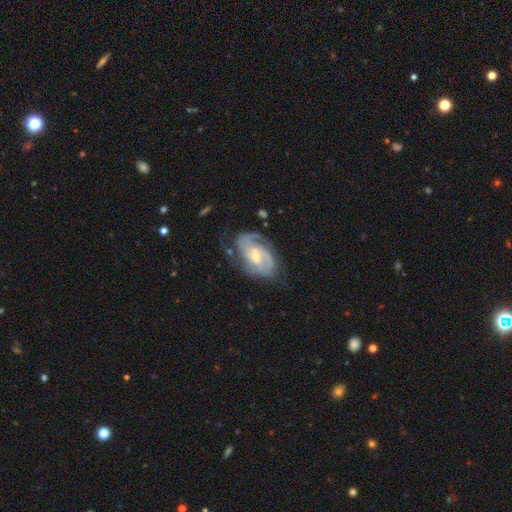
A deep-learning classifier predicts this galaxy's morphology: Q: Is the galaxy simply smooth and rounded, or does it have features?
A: featured or disk — 87%.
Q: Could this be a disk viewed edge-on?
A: no — 97%.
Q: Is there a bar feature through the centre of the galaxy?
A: weak — 50%.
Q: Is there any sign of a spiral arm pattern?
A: yes — 95%.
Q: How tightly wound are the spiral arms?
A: tight — 52%.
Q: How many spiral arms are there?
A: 2 — 48%.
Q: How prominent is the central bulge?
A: moderate — 48%, tied with small.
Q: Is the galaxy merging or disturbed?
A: none — 64%.